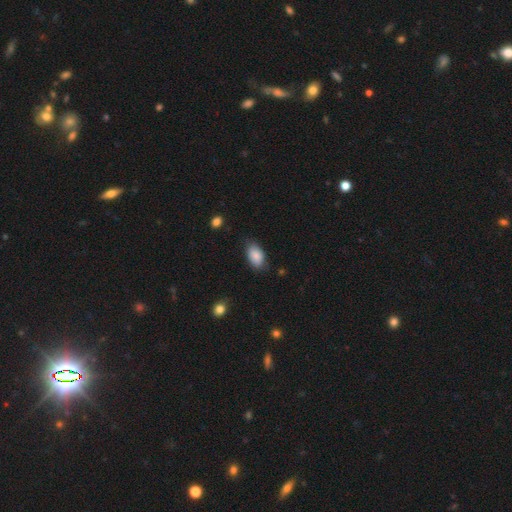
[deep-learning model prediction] smooth 87%, star or artifact 7%, featured or disk 6%. Down the decision tree: how rounded — in between (93%); merging — none (77%).